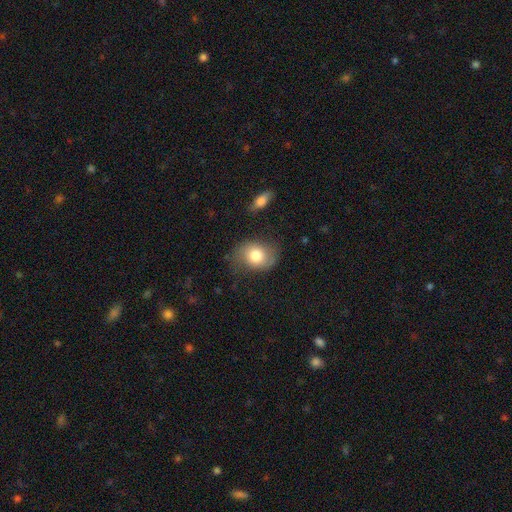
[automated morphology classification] A smooth galaxy with no disk features (74%) that is in between round and cigar-shaped (63%).

Vote fractions:
- Smooth or featured? smooth: 74% / featured or disk: 18% / star or artifact: 7%
- How rounded? in between: 63% / round: 36% / cigar-shaped: 1%
- Merging? none: 63% / minor disturbance: 25% / major disturbance: 9% / merger: 3%